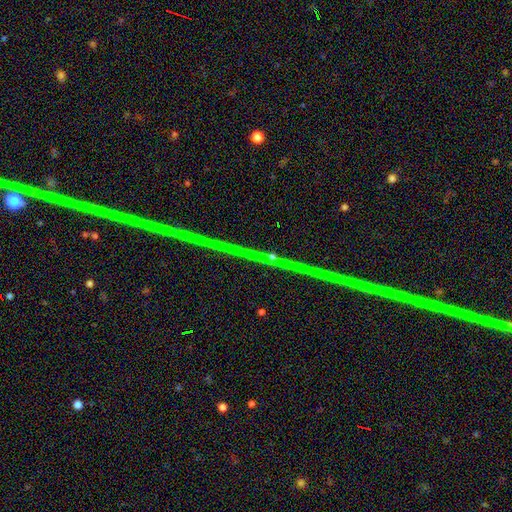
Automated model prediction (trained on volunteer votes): Smooth or featured?
  - star or artifact: 75% *
  - featured or disk: 19%
  - smooth: 6%